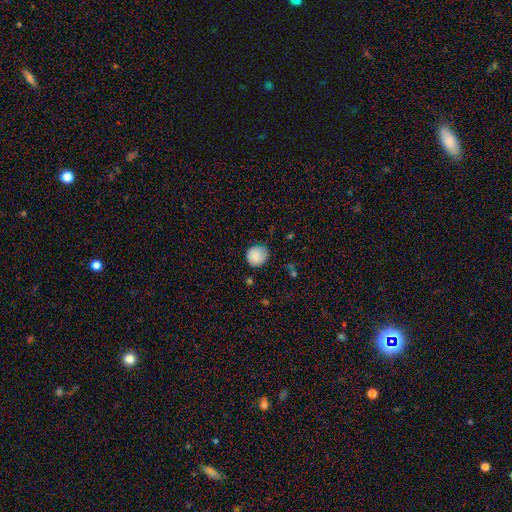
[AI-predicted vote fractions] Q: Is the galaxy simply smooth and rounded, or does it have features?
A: smooth — 86%.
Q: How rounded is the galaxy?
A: round — 90%.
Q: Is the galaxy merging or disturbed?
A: none — 80%.